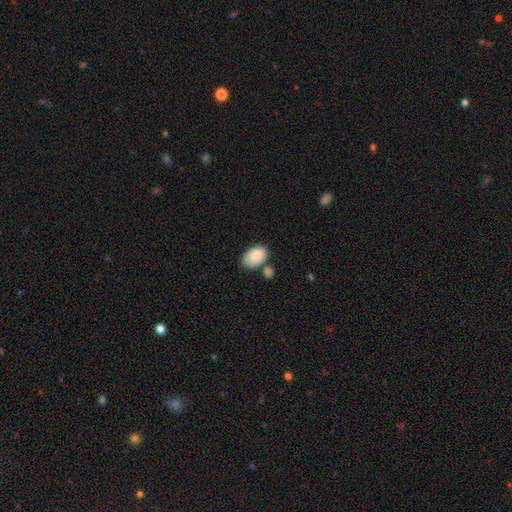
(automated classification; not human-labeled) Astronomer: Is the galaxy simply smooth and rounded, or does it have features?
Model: smooth — 87%.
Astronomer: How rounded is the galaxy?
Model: in between — 93%.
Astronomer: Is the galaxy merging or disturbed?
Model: none — 57%.